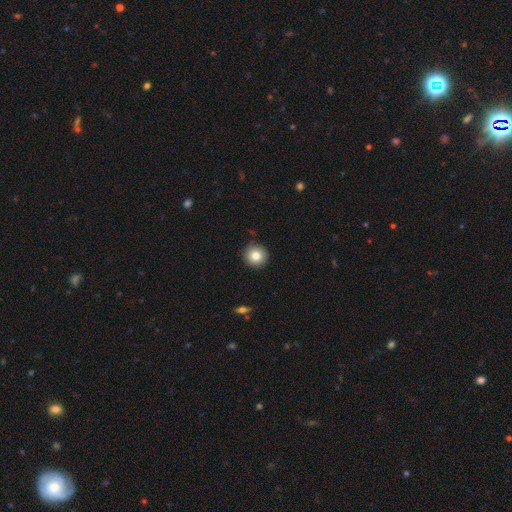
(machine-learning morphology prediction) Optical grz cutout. It shows a smooth galaxy with no disk features (83%) that is round (96%). Merging: none (91%).